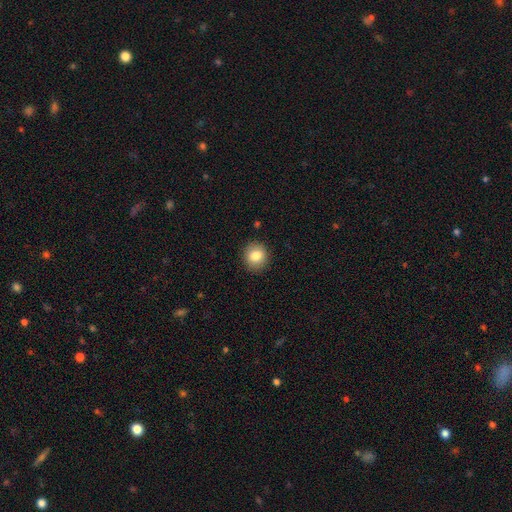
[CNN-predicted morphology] smooth-or-featured: smooth: 83% | star or artifact: 9% | featured or disk: 8%
  how-rounded: round: 81% | in between: 18% | cigar-shaped: 1%
  merging: none: 90% | minor disturbance: 7% | major disturbance: 2% | merger: 1%